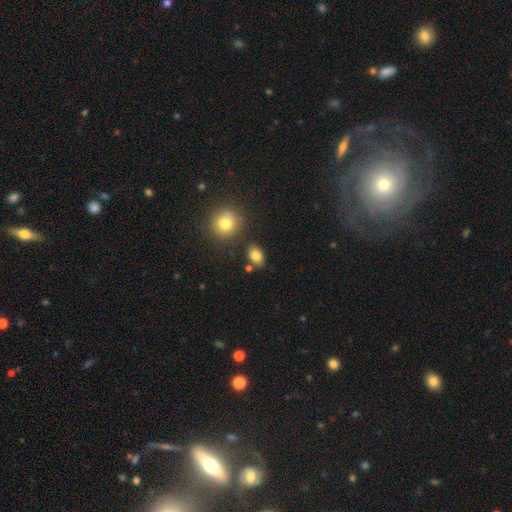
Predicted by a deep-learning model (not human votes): Q: Smooth or featured?
A: smooth (81%); runner-up: star or artifact (11%)
Q: How rounded?
A: in between (74%); runner-up: round (25%)
Q: Merging?
A: none (80%); runner-up: minor disturbance (11%)